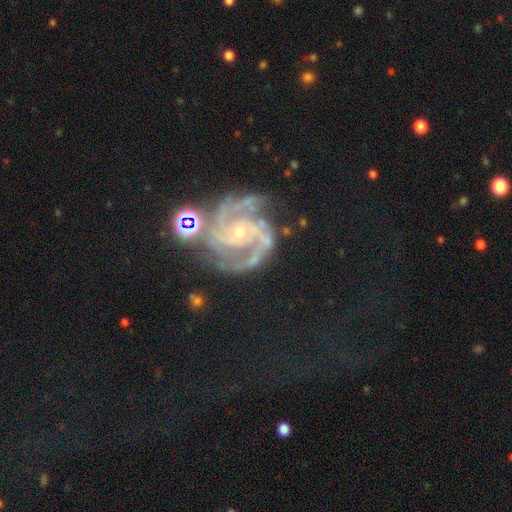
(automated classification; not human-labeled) A featured or disk galaxy (88%) with no bar (63%), 3 (35%) tight (53%) spiral arms (98%) and a small central bulge (64%). Merging: none (66%).